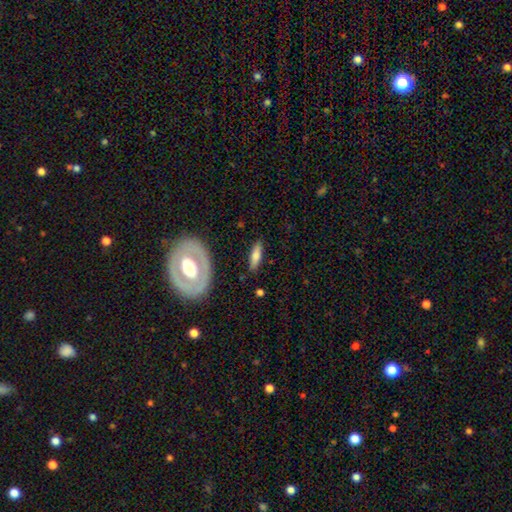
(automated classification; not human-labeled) smooth-or-featured: smooth: 62% | featured or disk: 32% | star or artifact: 6%
  how-rounded: in between: 49% | cigar-shaped: 48% | round: 3%
  merging: none: 85% | minor disturbance: 10% | major disturbance: 3% | merger: 2%